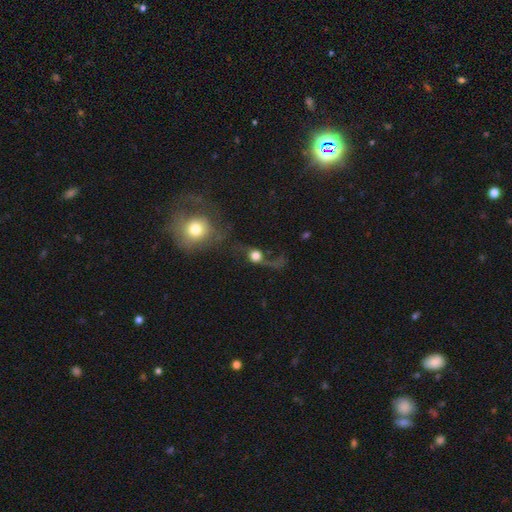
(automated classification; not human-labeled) This is marginally a featured or disk galaxy (45%). Merging: marginally major disturbance (42%).